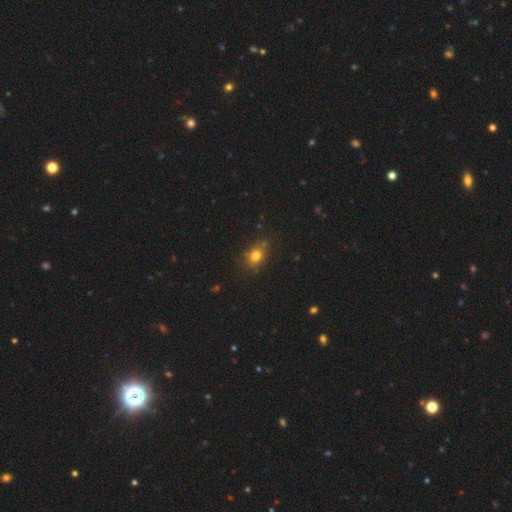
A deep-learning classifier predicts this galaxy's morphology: type=smooth (77%); roundness=in between (51%); merging=none (73%).